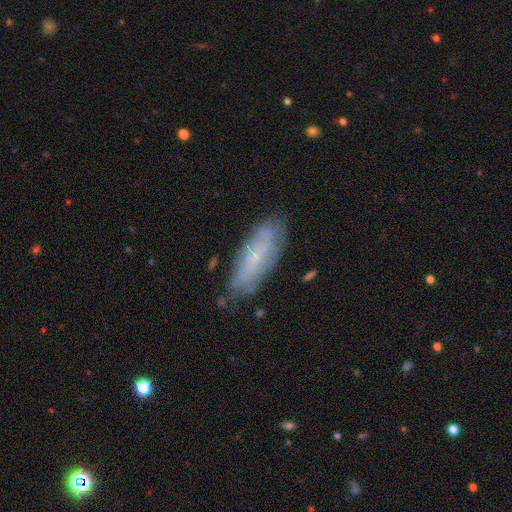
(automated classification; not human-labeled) Overall: smooth (46%; featured or disk 44%). Merging: none (75%).